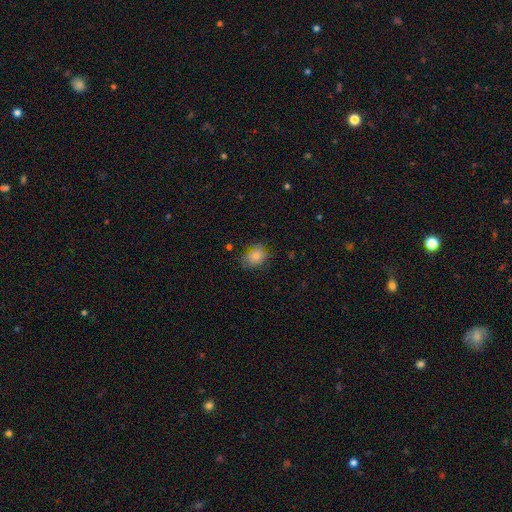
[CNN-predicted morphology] The model was most divided on "how rounded": in between: 51%, round: 48%, cigar-shaped: 1%. More confident: smooth or featured — smooth (81%); merging — none (66%).